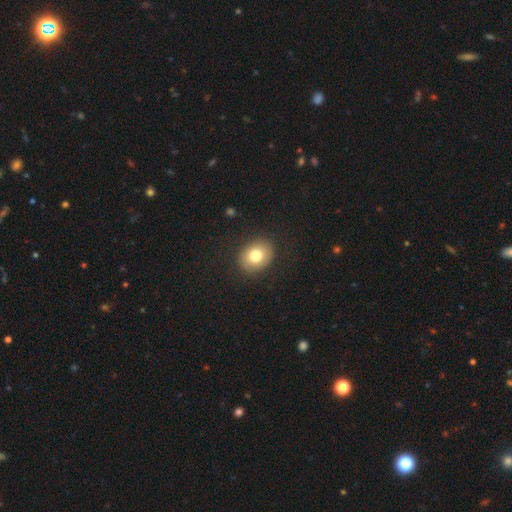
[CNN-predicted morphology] type=smooth (77%); roundness=in between (50%); merging=none (87%).